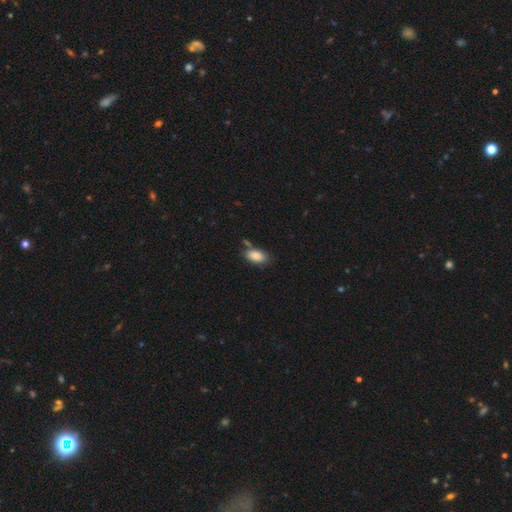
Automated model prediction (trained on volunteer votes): This appears to be a smooth galaxy with no disk features (86%) that is in between round and cigar-shaped (92%). Merging: none (66%).